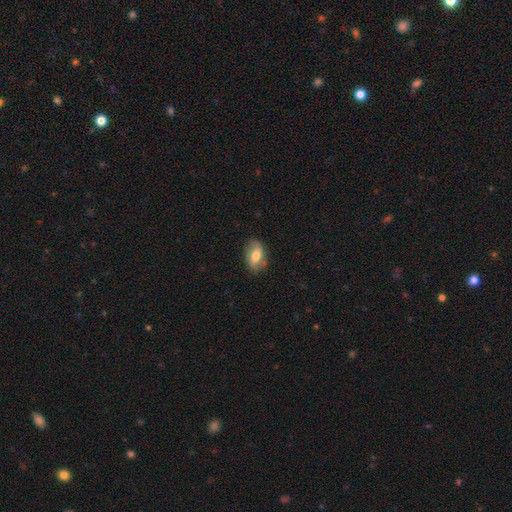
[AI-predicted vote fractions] Q: Smooth or featured?
A: smooth (59%); runner-up: featured or disk (34%)
Q: How rounded?
A: in between (87%); runner-up: round (10%)
Q: Merging?
A: none (77%); runner-up: minor disturbance (17%)